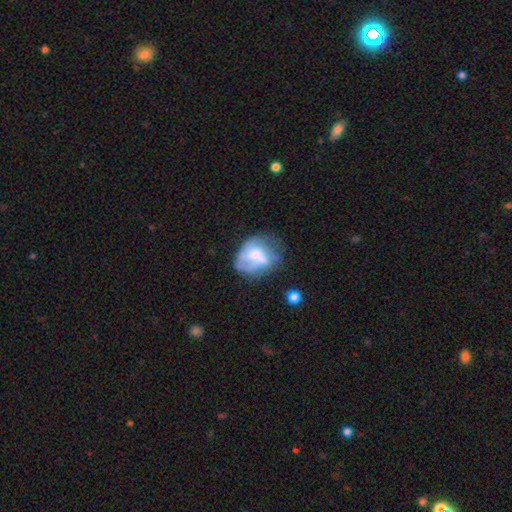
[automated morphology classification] A featured or disk galaxy (51%).

Vote fractions:
- Smooth or featured? featured or disk: 51% / smooth: 39% / star or artifact: 10%
- Edge-on disk? no: 97% / yes: 3%
- Merging? none: 36% / major disturbance: 29% / minor disturbance: 25% / merger: 10%